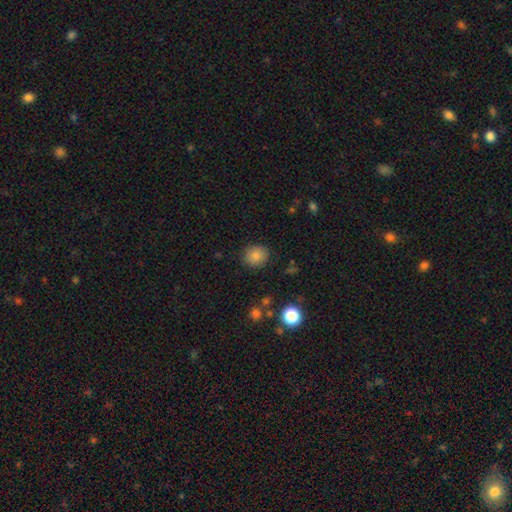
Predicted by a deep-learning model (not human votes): smooth-or-featured: smooth: 83% | star or artifact: 10% | featured or disk: 7%
  how-rounded: round: 76% | in between: 23% | cigar-shaped: 1%
  merging: none: 86% | minor disturbance: 9% | major disturbance: 3% | merger: 1%